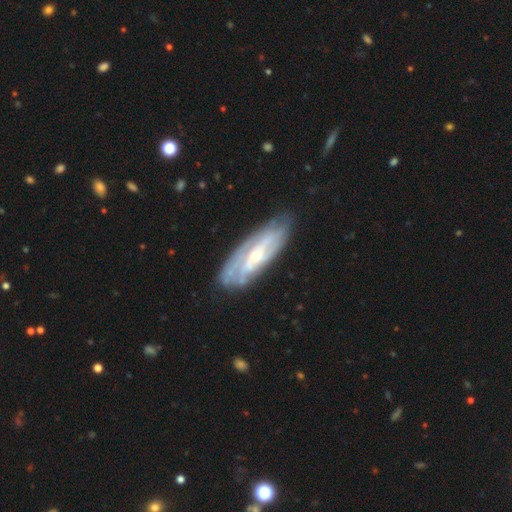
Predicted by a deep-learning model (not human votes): Smooth or featured? Predicted: featured or disk (p=0.72). Edge-on disk? Predicted: no (p=0.78). Bar? Predicted: no (p=0.51). Spiral arms? Predicted: yes (p=0.73). Bulge size? Predicted: small (p=0.47). Merging? Predicted: none (p=0.71).